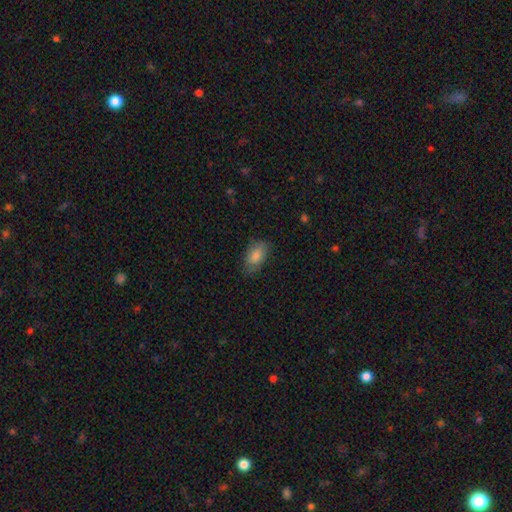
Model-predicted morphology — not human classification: This appears to be a smooth galaxy with no disk features (81%) that is in between round and cigar-shaped (91%). Merging: none (76%).